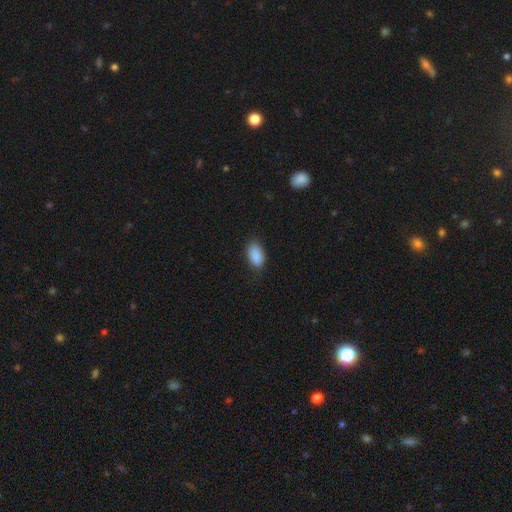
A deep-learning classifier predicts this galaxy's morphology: A smooth galaxy with no disk features (89%) that is in between round and cigar-shaped (93%).

Vote fractions:
- Smooth or featured? smooth: 89% / star or artifact: 7% / featured or disk: 3%
- How rounded? in between: 93% / round: 5% / cigar-shaped: 3%
- Merging? none: 81% / minor disturbance: 15% / major disturbance: 3% / merger: 1%